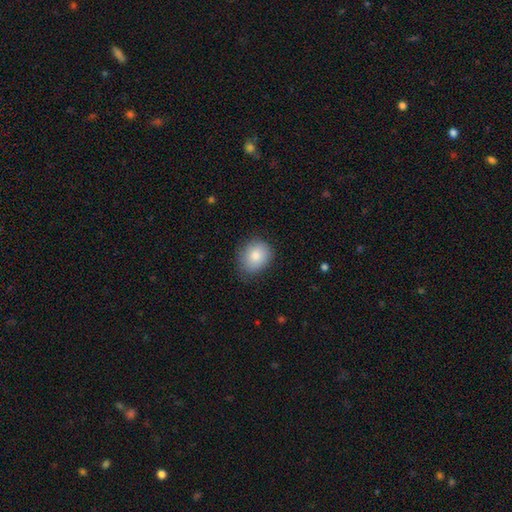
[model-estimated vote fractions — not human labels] This appears to be a smooth galaxy with no disk features (83%) that is round (64%). Merging: none (75%).